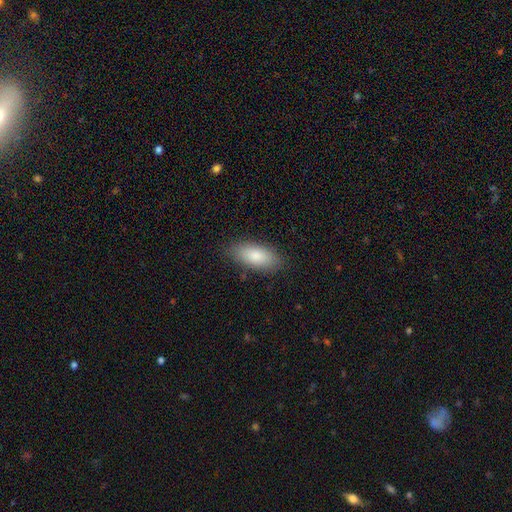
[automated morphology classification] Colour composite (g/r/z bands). It shows a smooth galaxy with no disk features (84%) that is in between round and cigar-shaped (85%). Merging: none (85%).